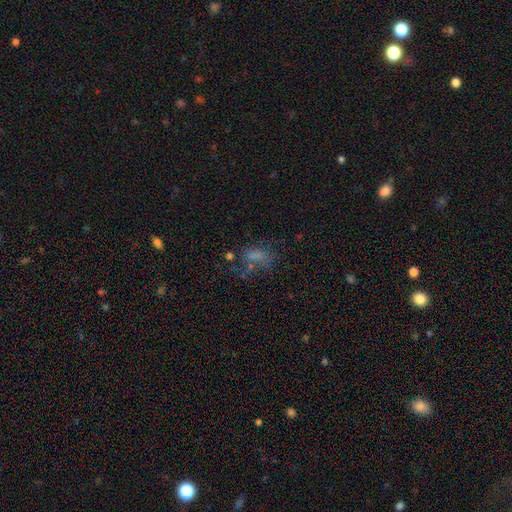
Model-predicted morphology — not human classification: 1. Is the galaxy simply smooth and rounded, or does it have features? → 42% smooth, 29% featured or disk, 29% star or artifact.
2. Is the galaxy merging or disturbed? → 40% none, 32% major disturbance, 19% minor disturbance, 9% merger.